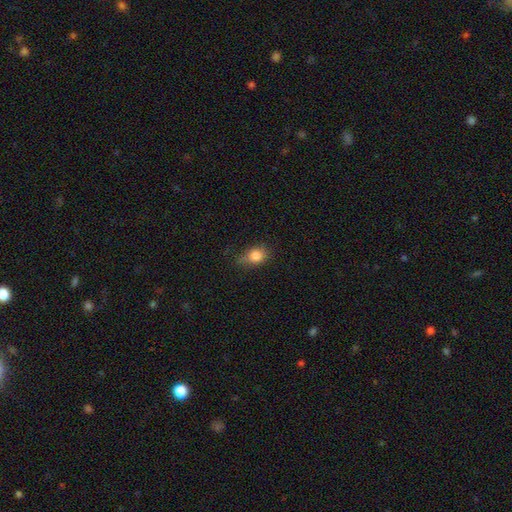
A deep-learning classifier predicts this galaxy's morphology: A smooth galaxy with no disk features (82%) that is in between round and cigar-shaped (55%). Merging: none (57%).